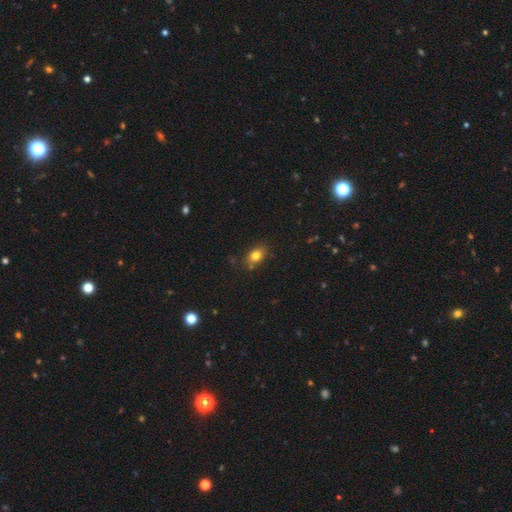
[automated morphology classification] Smooth or featured? Predicted: smooth (p=0.80). How rounded? Predicted: in between (p=0.69). Merging? Predicted: none (p=0.77).